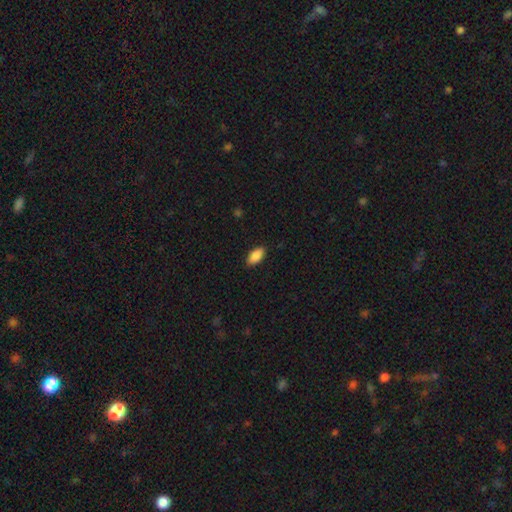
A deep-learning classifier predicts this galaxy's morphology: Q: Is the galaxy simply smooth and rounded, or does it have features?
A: smooth — 90%.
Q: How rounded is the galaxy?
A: in between — 93%.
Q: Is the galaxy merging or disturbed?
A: none — 88%.